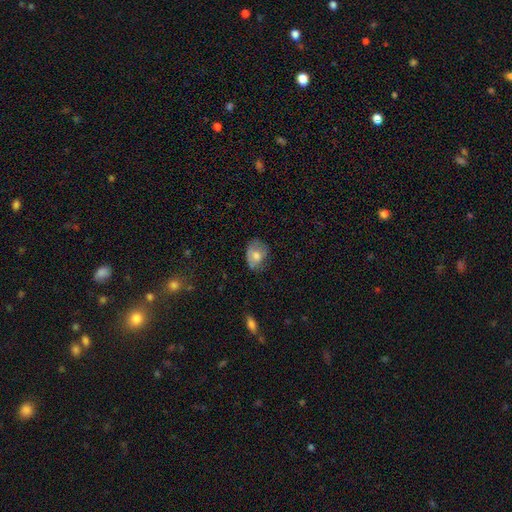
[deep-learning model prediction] smooth_or_featured: smooth (p=0.64) [alt: featured or disk p=0.27]
how_rounded: in between (p=0.62) [alt: round p=0.37]
merging: none (p=0.56) [alt: minor disturbance p=0.31]